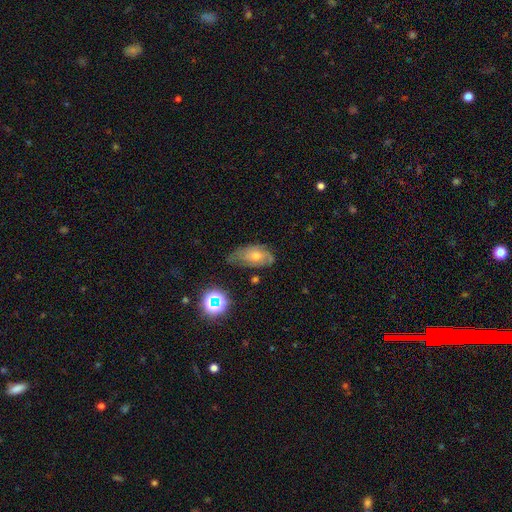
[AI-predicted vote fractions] Smooth or featured: featured or disk — 45% (smooth — 39%)
Merging: none — 46% (minor disturbance — 37%)